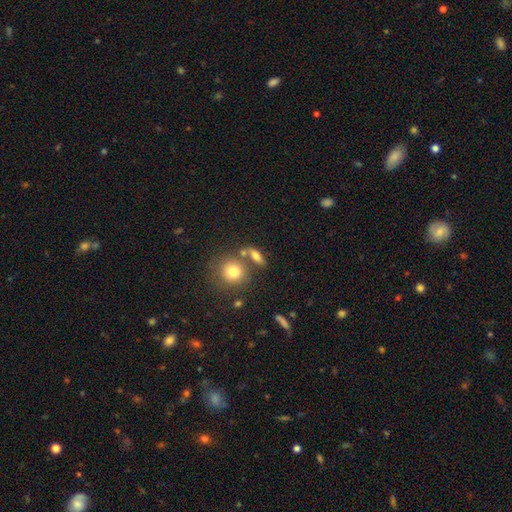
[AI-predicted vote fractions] smooth 71%, featured or disk 18%, star or artifact 11%. Down the decision tree: how rounded — in between (46%); merging — none (63%).